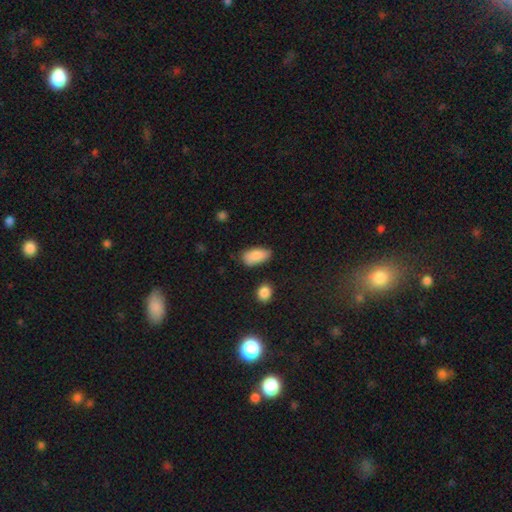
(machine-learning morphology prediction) smooth_or_featured: smooth (p=0.86) [alt: star or artifact p=0.07]
how_rounded: in between (p=0.91) [alt: cigar-shaped p=0.05]
merging: none (p=0.68) [alt: minor disturbance p=0.24]